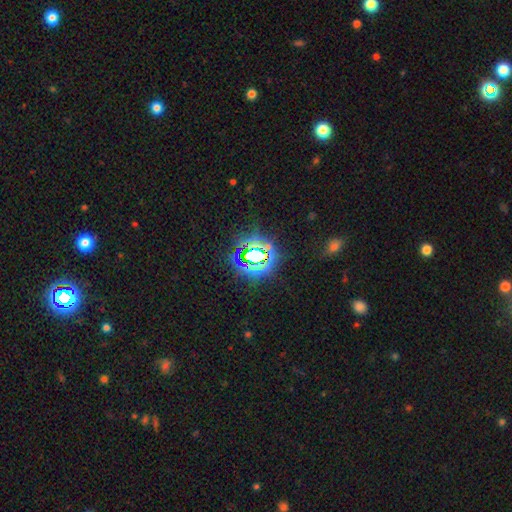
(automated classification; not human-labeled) smooth_or_featured: star or artifact (p=0.71) [alt: smooth p=0.18]